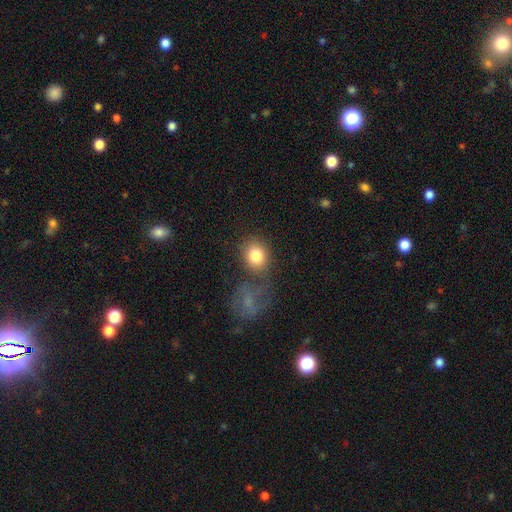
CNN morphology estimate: A smooth galaxy with no disk features (82%) that is round (67%). Merging: none (63%).